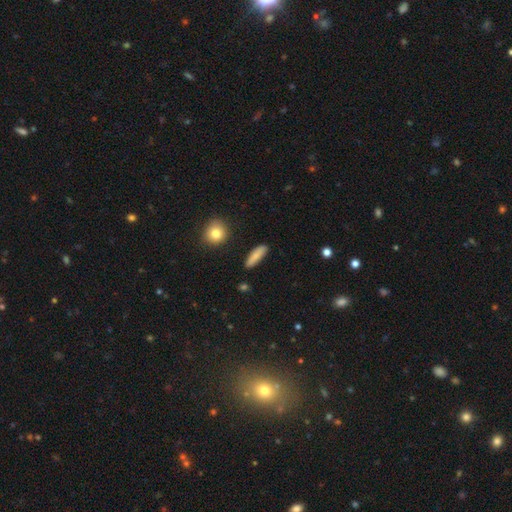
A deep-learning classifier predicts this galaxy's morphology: A smooth galaxy with no disk features (82%) that is cigar-shaped (59%).

Vote fractions:
- Smooth or featured? smooth: 82% / featured or disk: 11% / star or artifact: 7%
- How rounded? cigar-shaped: 59% / in between: 37% / round: 3%
- Merging? none: 87% / minor disturbance: 9% / major disturbance: 2% / merger: 2%